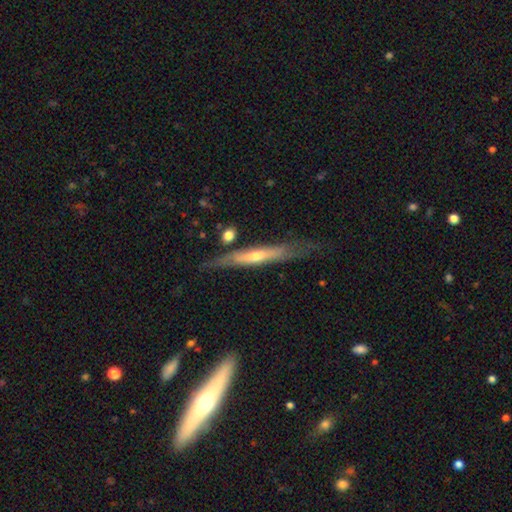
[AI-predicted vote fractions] Smooth or featured: featured or disk — 61% (smooth — 33%)
Edge-on disk: yes — 84% (no — 16%)
Edge-on bulge: rounded — 62% (none — 32%)
Merging: none — 67% (minor disturbance — 20%)